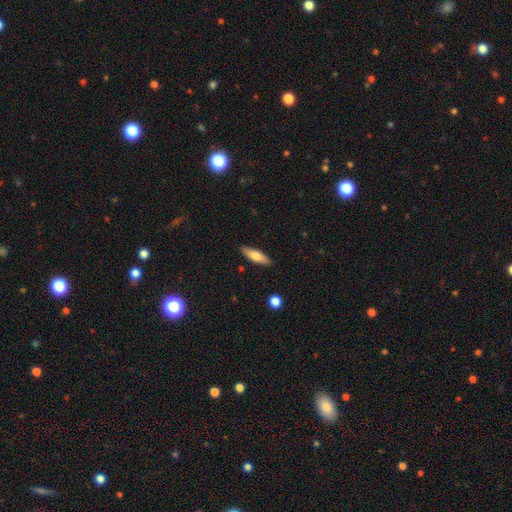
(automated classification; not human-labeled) A smooth galaxy with no disk features (73%) that is cigar-shaped (52%).

Vote fractions:
- Smooth or featured? smooth: 73% / featured or disk: 21% / star or artifact: 6%
- How rounded? cigar-shaped: 52% / in between: 46% / round: 2%
- Merging? none: 87% / minor disturbance: 9% / major disturbance: 2% / merger: 1%